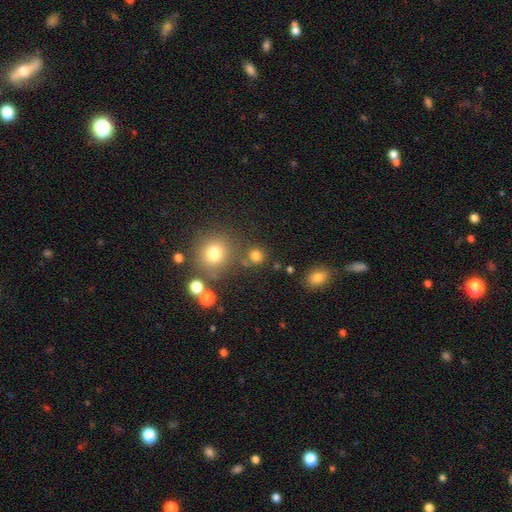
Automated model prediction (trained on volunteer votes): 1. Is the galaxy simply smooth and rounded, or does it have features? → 76% smooth, 18% star or artifact, 6% featured or disk.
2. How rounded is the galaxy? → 89% round, 10% in between, 1% cigar-shaped.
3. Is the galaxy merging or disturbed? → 77% none, 11% merger, 8% minor disturbance, 4% major disturbance.